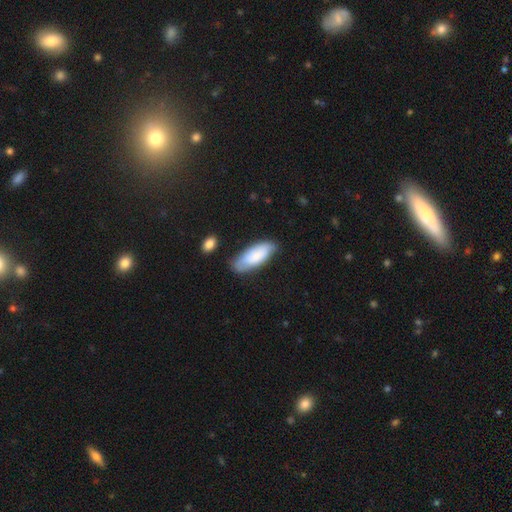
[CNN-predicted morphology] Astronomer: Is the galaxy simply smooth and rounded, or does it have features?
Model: smooth — 78%.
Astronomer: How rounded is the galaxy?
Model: in between — 78%.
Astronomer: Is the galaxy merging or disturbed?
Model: none — 70%.